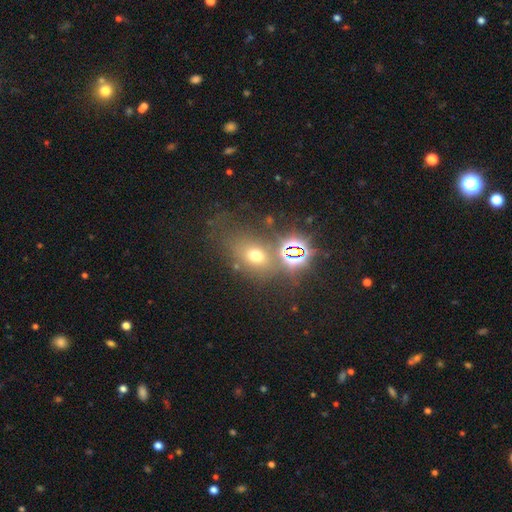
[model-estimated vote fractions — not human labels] Overall: smooth (54%; star or artifact 32%). How rounded: in between (58%; round 40%). Merging: none (60%).